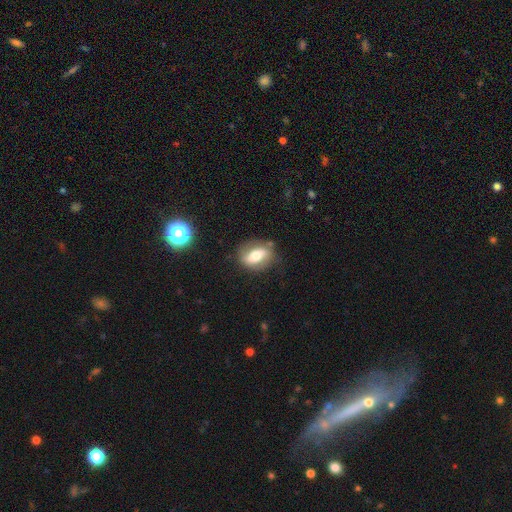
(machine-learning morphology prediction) type=smooth (47%); merging=none (74%).